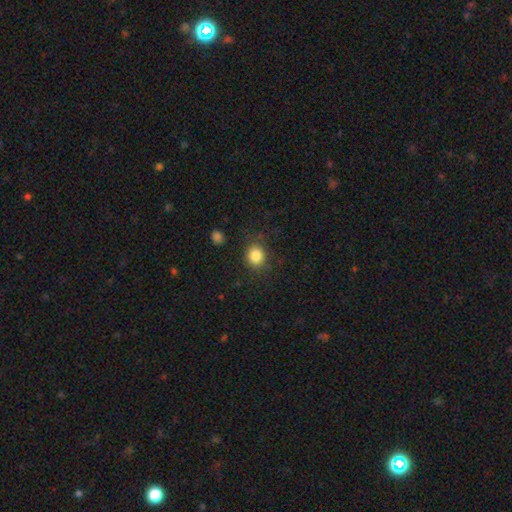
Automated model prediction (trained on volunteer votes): smooth 85%, star or artifact 10%, featured or disk 5%. Down the decision tree: how rounded — round (74%); merging — none (82%).